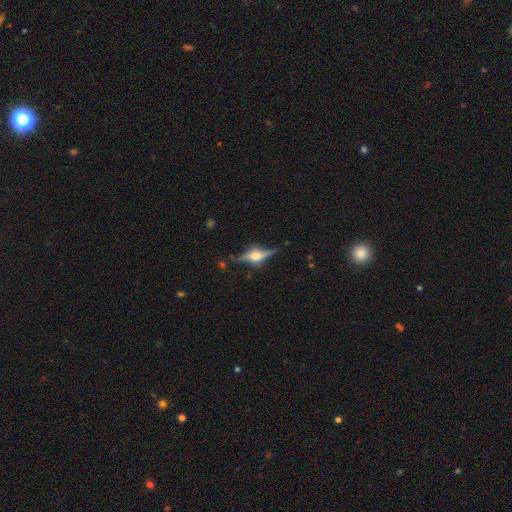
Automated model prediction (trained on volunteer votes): This appears to be a featured or disk galaxy (79%) viewed edge-on (96%) with a rounded central bulge (91%). Merging: none (81%).